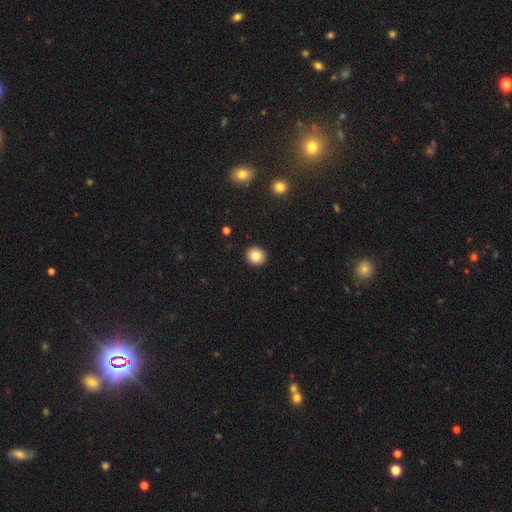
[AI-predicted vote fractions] Smooth or featured?
  - smooth: 82% *
  - star or artifact: 10%
  - featured or disk: 8%
How rounded?
  - round: 89% *
  - in between: 10%
  - cigar-shaped: 1%
Merging?
  - none: 93% *
  - minor disturbance: 4%
  - major disturbance: 1%
  - merger: 1%